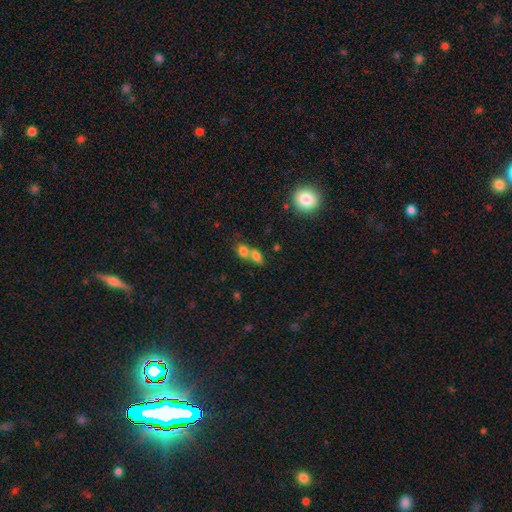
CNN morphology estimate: This is likely a smooth galaxy (75%). How rounded: likely in between (71%). Merging: likely merger (64%).